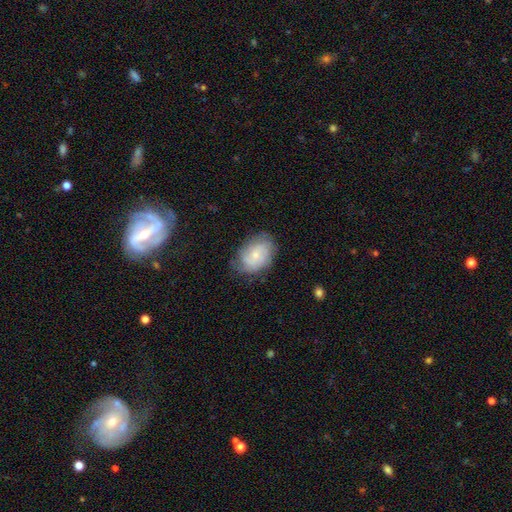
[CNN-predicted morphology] A featured or disk galaxy (52%) with no bar (75%), spiral arms (84%) and a small central bulge (73%). Merging: none (70%).